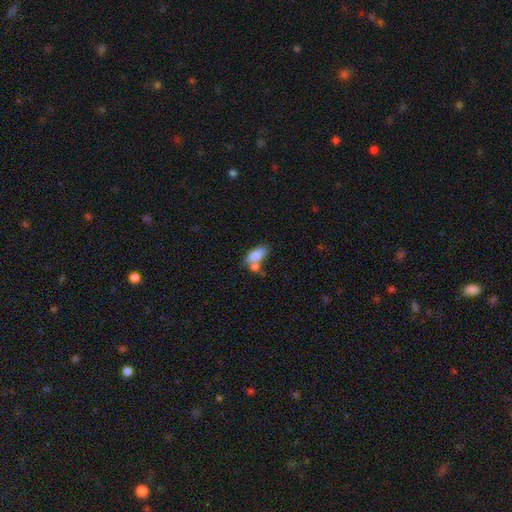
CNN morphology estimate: type=smooth (79%); roundness=in between (87%); merging=none (38%).